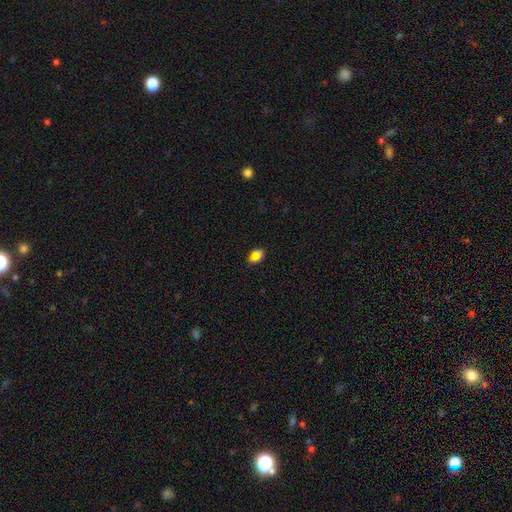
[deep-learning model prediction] smooth_or_featured: smooth (p=0.59) [alt: star or artifact p=0.27]
how_rounded: in between (p=0.75) [alt: round p=0.22]
merging: none (p=0.69) [alt: minor disturbance p=0.17]